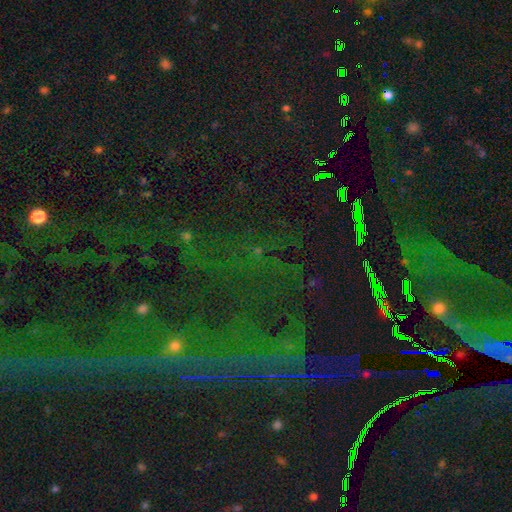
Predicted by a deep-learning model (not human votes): Smooth or featured? Predicted: star or artifact (p=0.85).